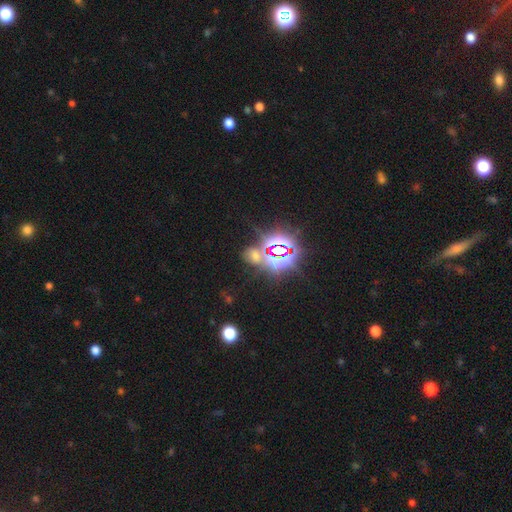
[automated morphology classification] A star or artifact, not a galaxy (66%).

Vote fractions:
- Smooth or featured? star or artifact: 66% / smooth: 25% / featured or disk: 8%